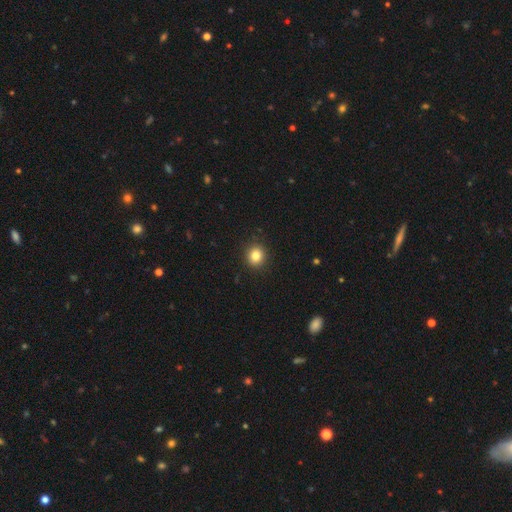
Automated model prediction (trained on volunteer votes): The model was most divided on "smooth or featured": smooth: 83%, star or artifact: 11%, featured or disk: 6%. More confident: merging — none (91%); how rounded — round (86%).